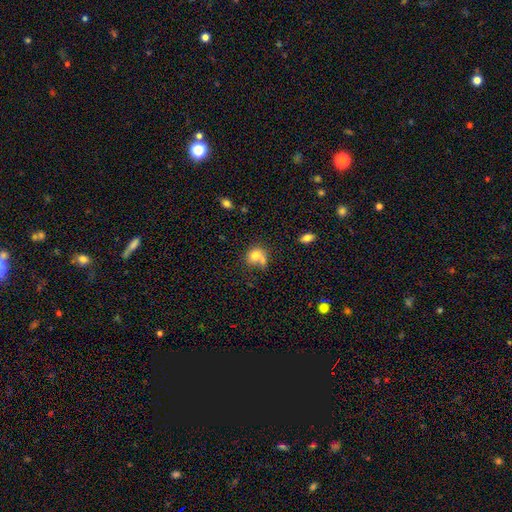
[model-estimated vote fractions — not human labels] smooth 75%, featured or disk 15%, star or artifact 11%. Down the decision tree: how rounded — round (63%); merging — merger (47%).